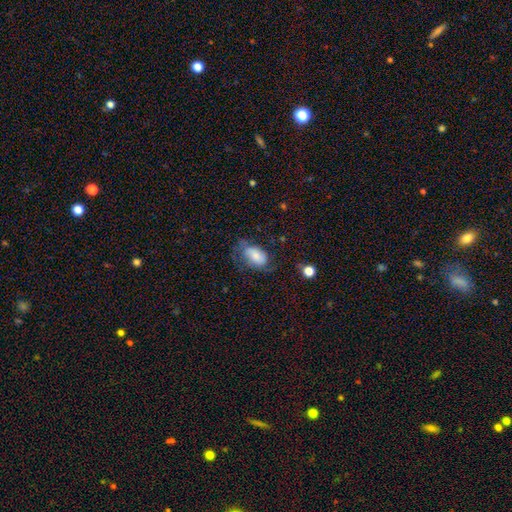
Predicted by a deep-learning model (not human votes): Smooth or featured?
  - smooth: 67% *
  - featured or disk: 24%
  - star or artifact: 8%
How rounded?
  - in between: 90% *
  - round: 7%
  - cigar-shaped: 2%
Merging?
  - none: 46% *
  - minor disturbance: 30%
  - major disturbance: 22%
  - merger: 2%